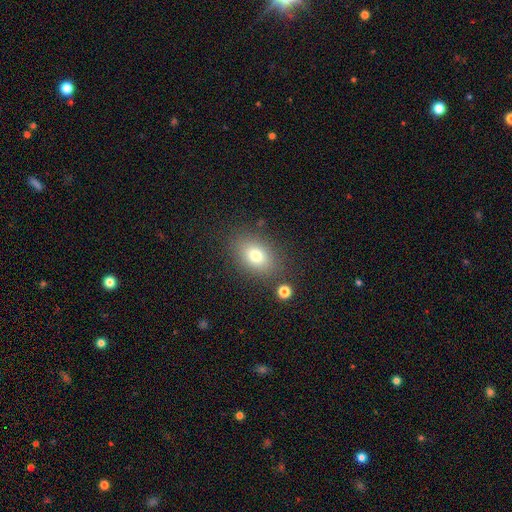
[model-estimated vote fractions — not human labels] The model was most divided on "how rounded": in between: 78%, round: 20%, cigar-shaped: 2%. More confident: merging — none (80%); smooth or featured — smooth (76%).